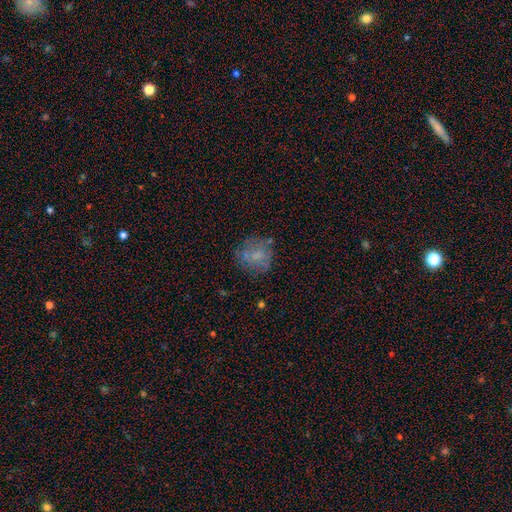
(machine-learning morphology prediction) smooth-or-featured: smooth: 55% | featured or disk: 32% | star or artifact: 12%
  how-rounded: round: 83% | in between: 16% | cigar-shaped: 1%
  merging: none: 68% | minor disturbance: 19% | major disturbance: 10% | merger: 3%